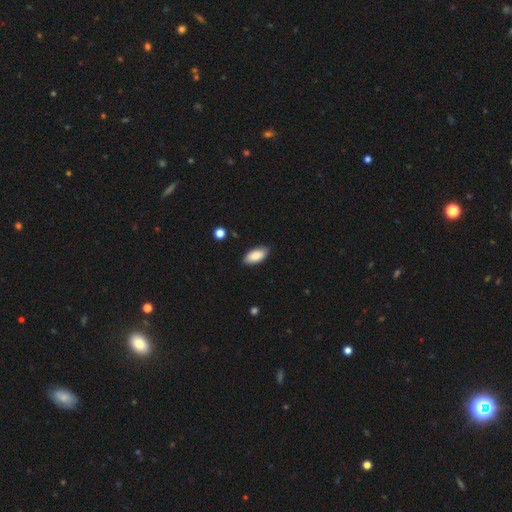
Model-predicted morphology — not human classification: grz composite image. It shows a smooth galaxy with no disk features (85%) that is in between round and cigar-shaped (92%). Merging: none (86%).